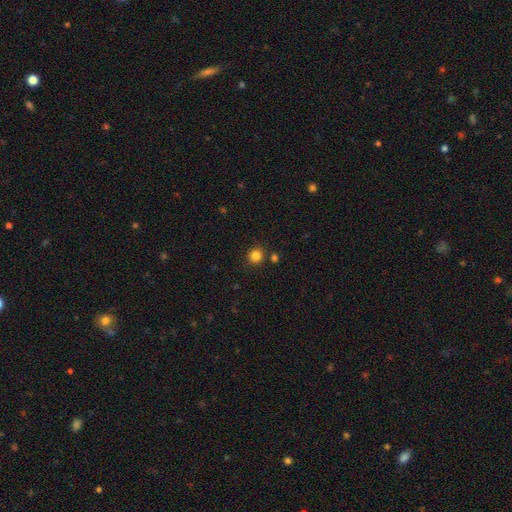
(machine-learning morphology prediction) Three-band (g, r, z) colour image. It shows a smooth galaxy with no disk features (84%) that is round (92%). Merging: none (86%).